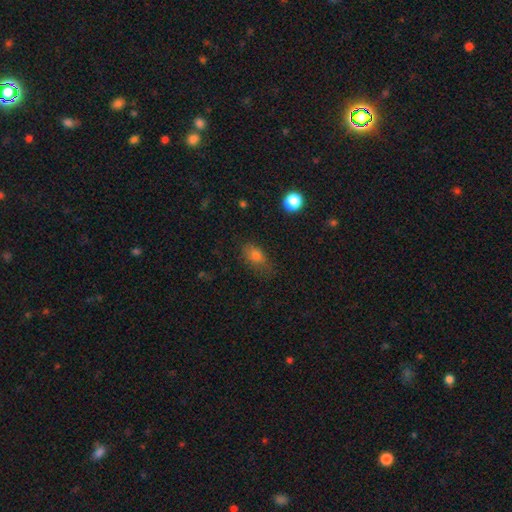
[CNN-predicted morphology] Smooth or featured?
  - smooth: 77% *
  - star or artifact: 12%
  - featured or disk: 11%
How rounded?
  - in between: 81% *
  - round: 14%
  - cigar-shaped: 5%
Merging?
  - none: 68% *
  - minor disturbance: 23%
  - major disturbance: 7%
  - merger: 2%